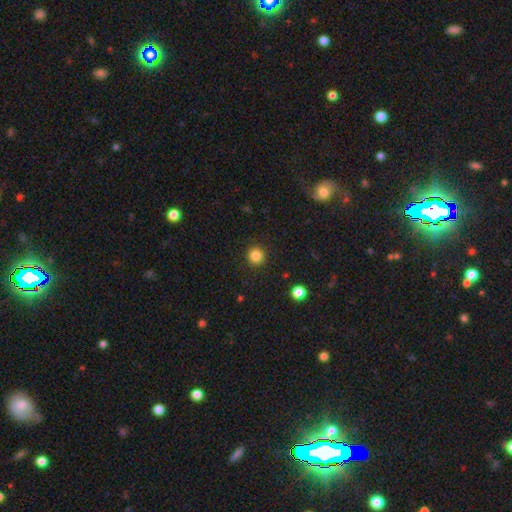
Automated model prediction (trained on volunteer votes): Q: Smooth or featured?
A: smooth (84%); runner-up: star or artifact (12%)
Q: How rounded?
A: round (94%); runner-up: in between (5%)
Q: Merging?
A: none (91%); runner-up: minor disturbance (5%)